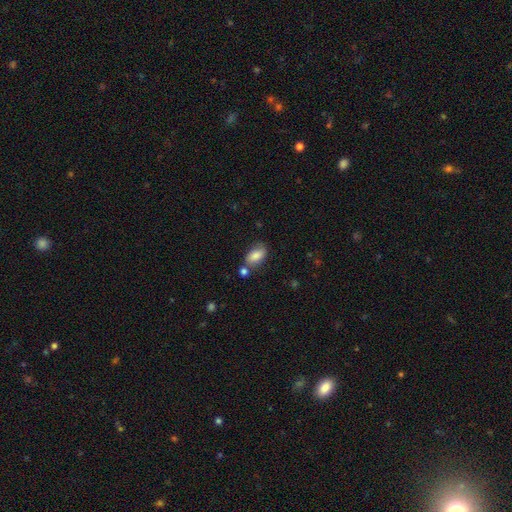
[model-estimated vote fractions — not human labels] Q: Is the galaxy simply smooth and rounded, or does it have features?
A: smooth — 83%.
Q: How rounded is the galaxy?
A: in between — 90%.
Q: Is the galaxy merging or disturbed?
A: none — 64%.